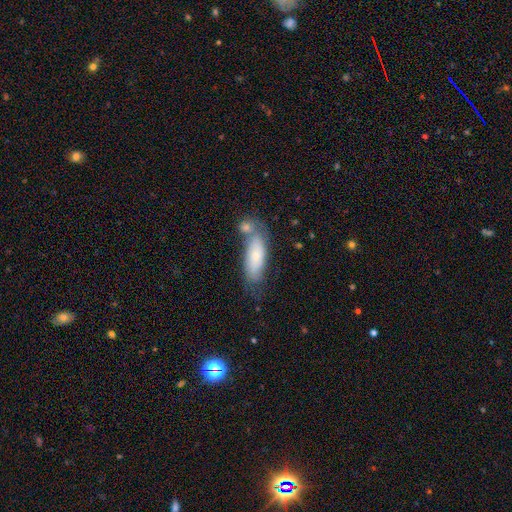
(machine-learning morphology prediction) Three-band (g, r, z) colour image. It shows a smooth galaxy with no disk features (71%) that is in between round and cigar-shaped (65%). Merging: none (46%).